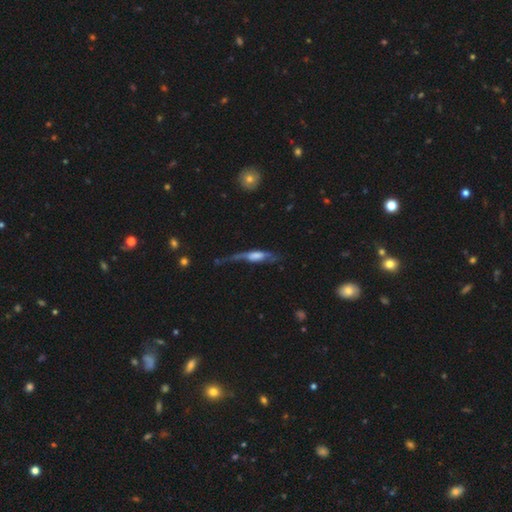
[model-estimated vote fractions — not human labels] Q: Smooth or featured?
A: featured or disk (56%); runner-up: smooth (36%)
Q: Edge-on disk?
A: yes (60%); runner-up: no (40%)
Q: Merging?
A: major disturbance (41%); runner-up: none (28%)